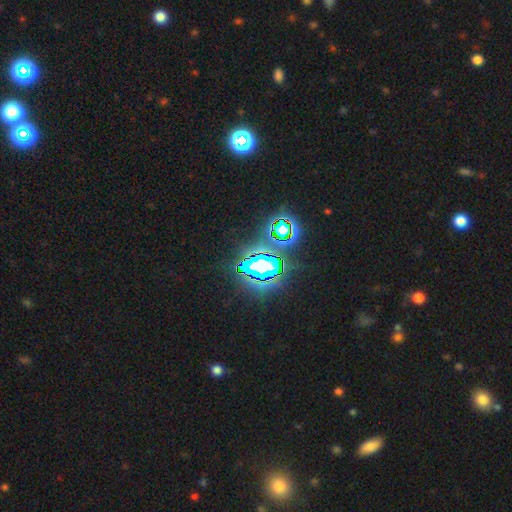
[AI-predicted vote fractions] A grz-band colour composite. It shows a star or artifact, not a galaxy (80%).